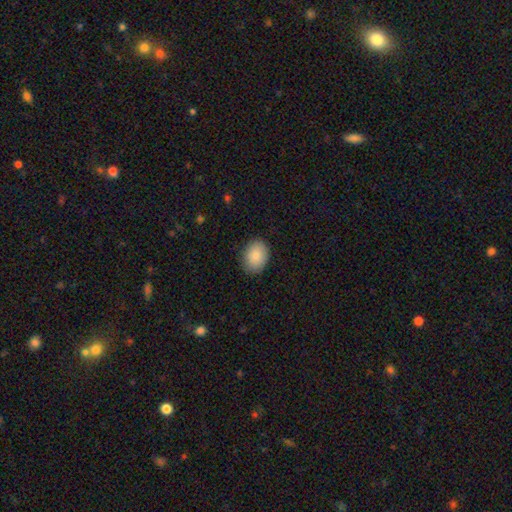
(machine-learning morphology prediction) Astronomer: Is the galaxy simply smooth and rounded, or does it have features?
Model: smooth — 85%.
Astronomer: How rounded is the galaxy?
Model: in between — 67%.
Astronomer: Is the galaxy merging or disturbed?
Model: none — 87%.